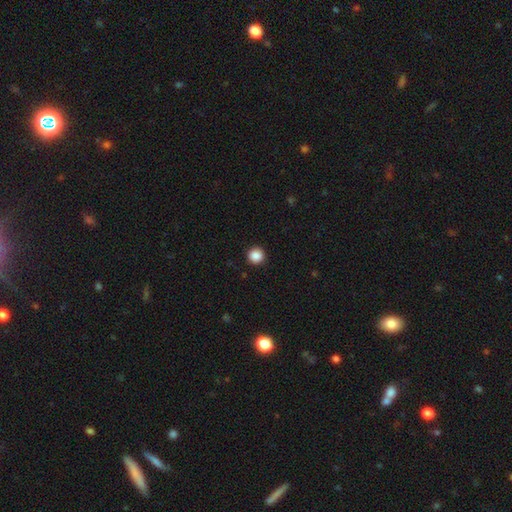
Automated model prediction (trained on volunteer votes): smooth_or_featured: smooth (p=0.88) [alt: star or artifact p=0.10]
how_rounded: round (p=0.96) [alt: in between p=0.04]
merging: none (p=0.93) [alt: minor disturbance p=0.05]